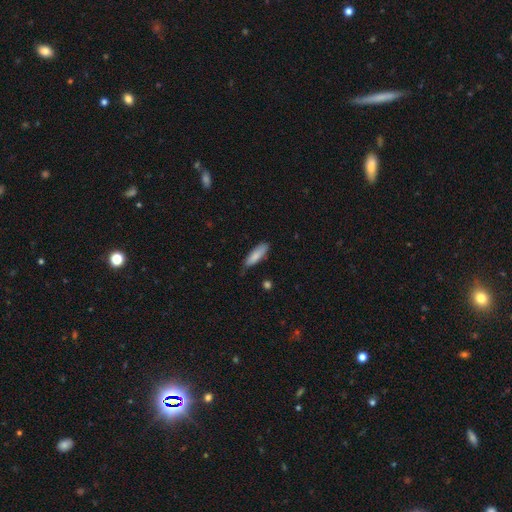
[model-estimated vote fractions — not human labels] The model was most divided on "how rounded": cigar-shaped: 56%, in between: 42%, round: 1%. More confident: smooth or featured — smooth (85%); merging — none (71%).